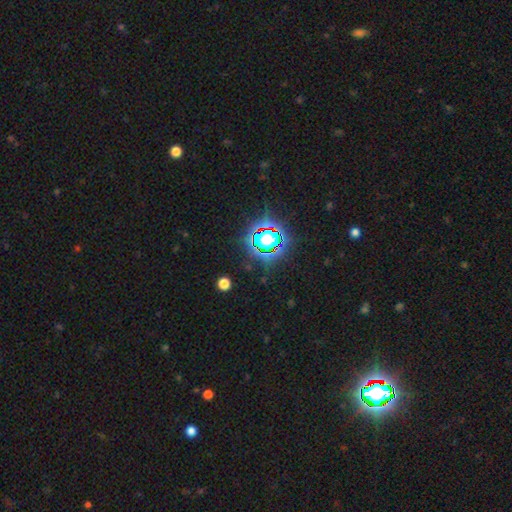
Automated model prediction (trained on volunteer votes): A star or artifact, not a galaxy (83%).